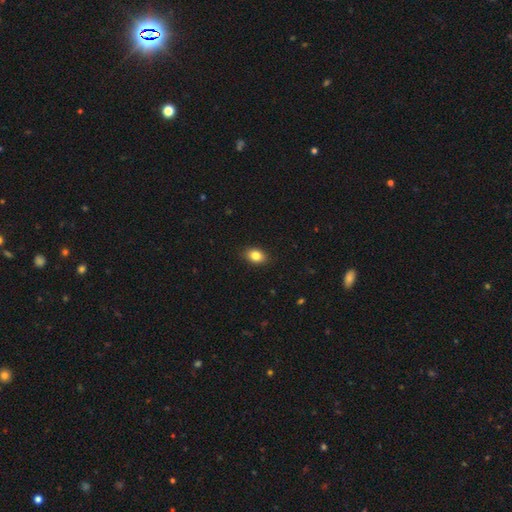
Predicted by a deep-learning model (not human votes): Smooth or featured? smooth (84%)
How rounded? in between (81%)
Merging? none (89%)